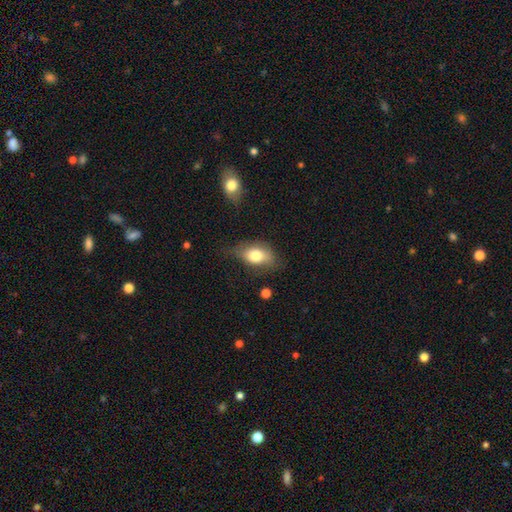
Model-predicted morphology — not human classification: The model was most divided on "merging": none: 54%, minor disturbance: 32%, major disturbance: 12%, merger: 3%. More confident: how rounded — in between (84%); smooth or featured — smooth (76%).